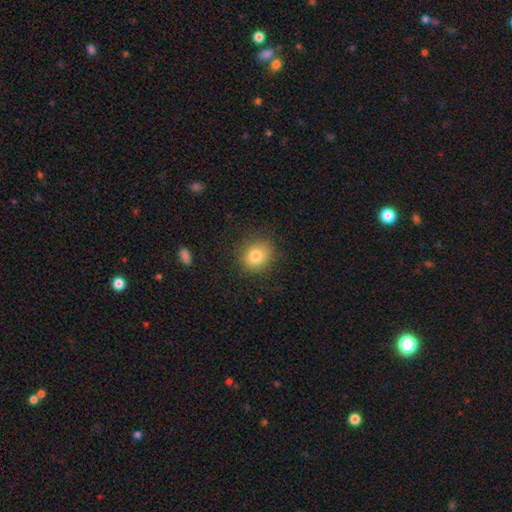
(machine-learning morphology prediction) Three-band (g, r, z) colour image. It shows a smooth galaxy with no disk features (81%) that is round (74%). Merging: none (86%).